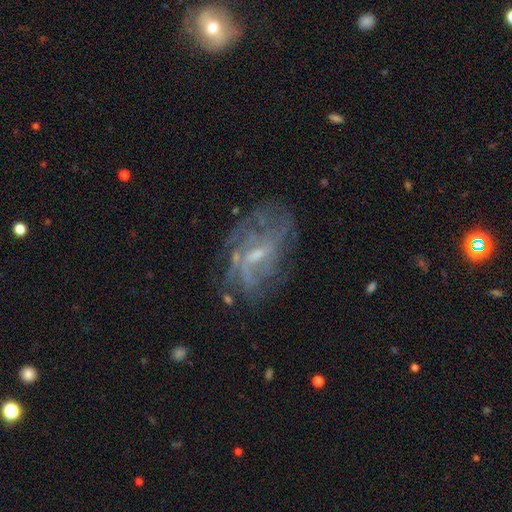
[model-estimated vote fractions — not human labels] Smooth or featured?
  - featured or disk: 78% *
  - smooth: 12%
  - star or artifact: 10%
Edge-on disk?
  - no: 96% *
  - yes: 4%
Bar?
  - weak: 54% *
  - no: 32%
  - strong: 14%
Spiral arms?
  - yes: 78% *
  - no: 22%
Spiral winding?
  - medium: 38% *
  - tight: 35%
  - loose: 27%
Spiral arm count?
  - can't tell: 49% *
  - 2: 18%
  - 3: 13%
  - 4: 10%
  - 1: 6%
  - more than 4: 5%
Bulge size?
  - small: 56% *
  - moderate: 32%
  - none: 10%
  - large: 2%
  - dominant: 1%
Merging?
  - none: 59% *
  - minor disturbance: 21%
  - major disturbance: 17%
  - merger: 3%